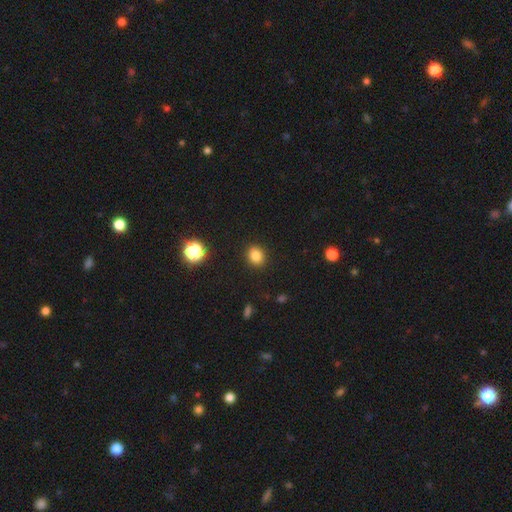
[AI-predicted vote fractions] This appears to be a smooth galaxy with no disk features (82%) that is round (65%). Merging: none (90%).